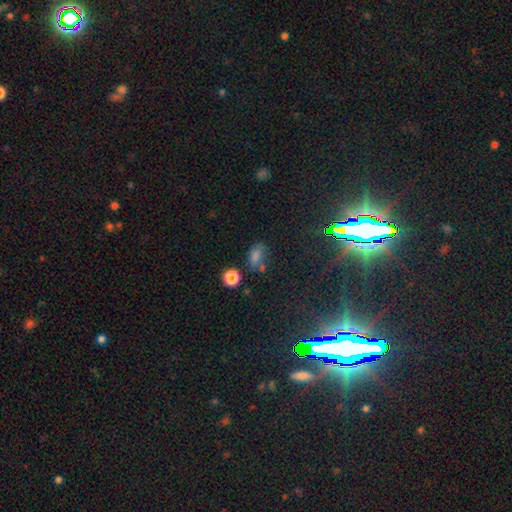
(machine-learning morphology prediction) Smooth or featured? smooth (73%)
How rounded? in between (79%)
Merging? none (54%)